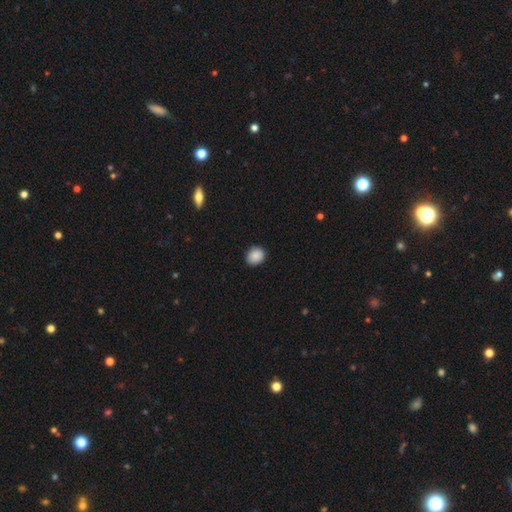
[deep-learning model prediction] Smooth or featured? smooth (89%)
How rounded? round (71%)
Merging? none (89%)